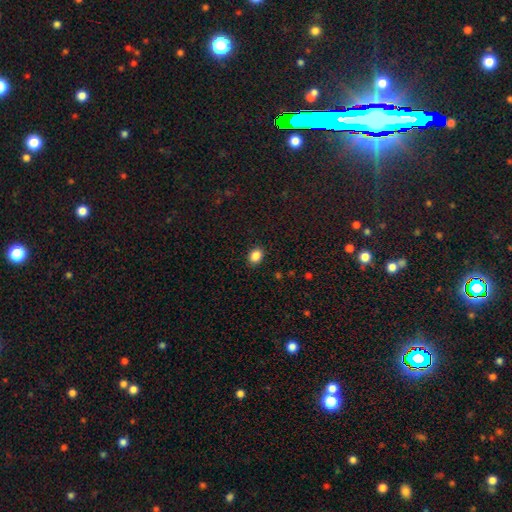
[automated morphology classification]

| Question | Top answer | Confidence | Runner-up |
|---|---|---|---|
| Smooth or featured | smooth | 87% | star or artifact (10%) |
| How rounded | in between | 62% | round (37%) |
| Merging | none | 89% | minor disturbance (8%) |